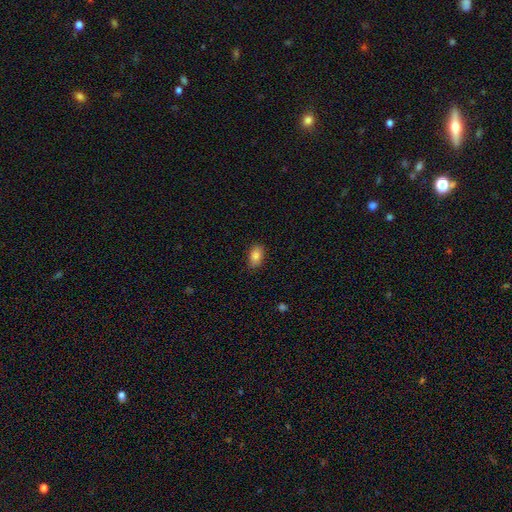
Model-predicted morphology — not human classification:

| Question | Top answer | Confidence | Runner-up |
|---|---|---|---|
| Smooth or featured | smooth | 82% | featured or disk (9%) |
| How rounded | in between | 89% | round (9%) |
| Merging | none | 86% | minor disturbance (11%) |